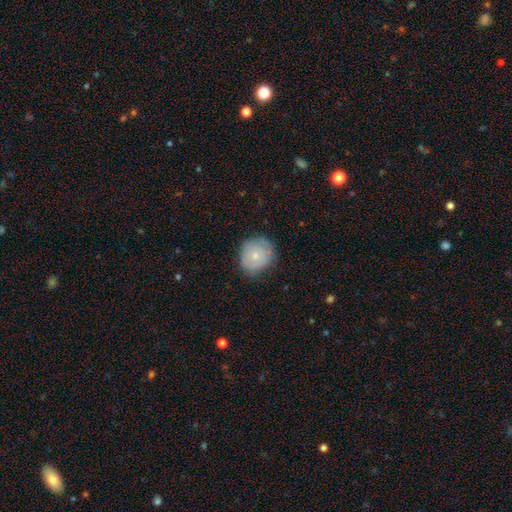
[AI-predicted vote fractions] smooth_or_featured: smooth (p=0.67) [alt: featured or disk p=0.26]
how_rounded: round (p=0.84) [alt: in between p=0.15]
merging: none (p=0.71) [alt: minor disturbance p=0.22]